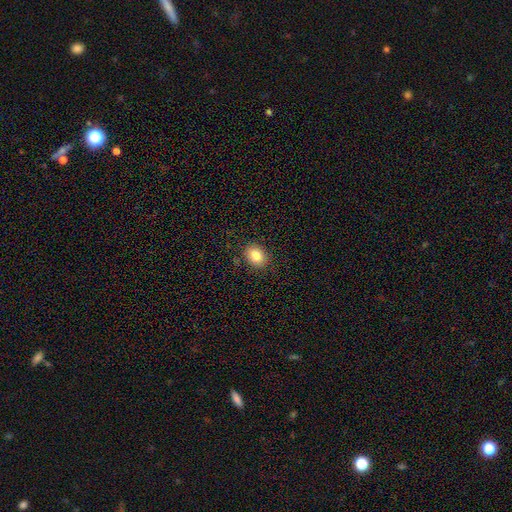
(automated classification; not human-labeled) The model was most divided on "how rounded": in between: 52%, round: 47%, cigar-shaped: 1%. More confident: merging — none (88%); smooth or featured — smooth (83%).